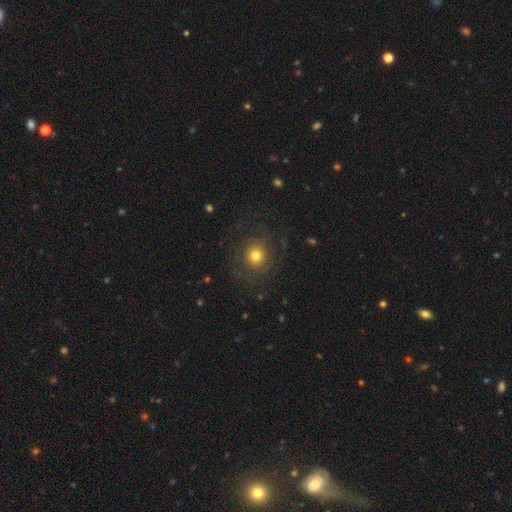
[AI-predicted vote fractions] The model was most divided on "smooth or featured": smooth: 58%, featured or disk: 29%, star or artifact: 13%. More confident: how rounded — round (89%); merging — none (73%).